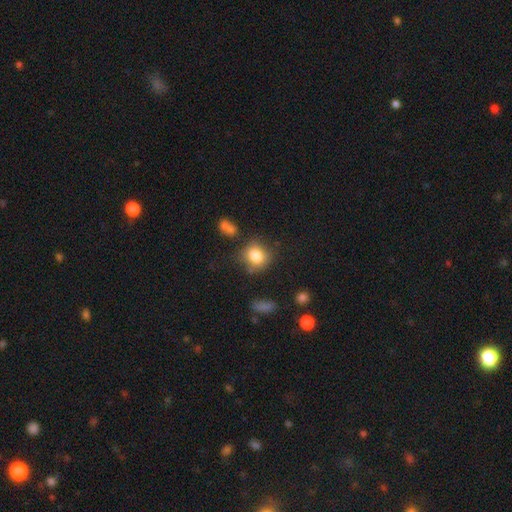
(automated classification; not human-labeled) This appears to be a smooth galaxy with no disk features (81%) that is round (74%). Merging: none (71%).